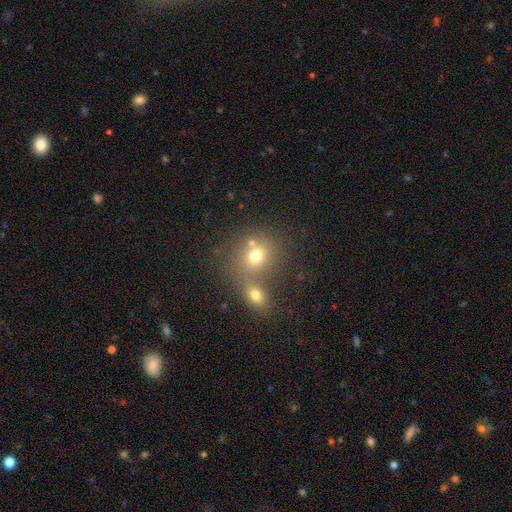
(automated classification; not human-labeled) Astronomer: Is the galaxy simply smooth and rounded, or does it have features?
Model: smooth — 70%.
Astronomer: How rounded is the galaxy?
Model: round — 69%.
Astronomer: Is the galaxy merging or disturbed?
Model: none — 46% (runner-up: merger, 41%).